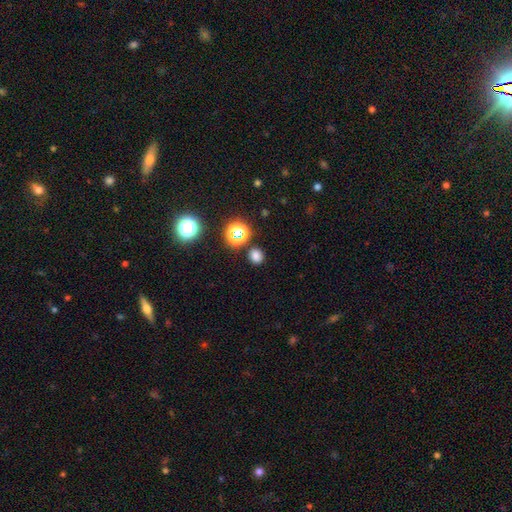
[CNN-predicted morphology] The model was most divided on "smooth or featured": smooth: 74%, star or artifact: 22%, featured or disk: 5%. More confident: merging — none (85%); how rounded — round (81%).